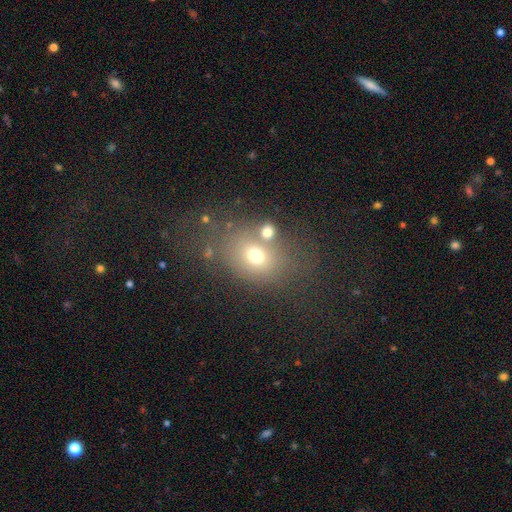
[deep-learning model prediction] Smooth or featured? smooth (66%)
How rounded? in between (59%)
Merging? none (57%)